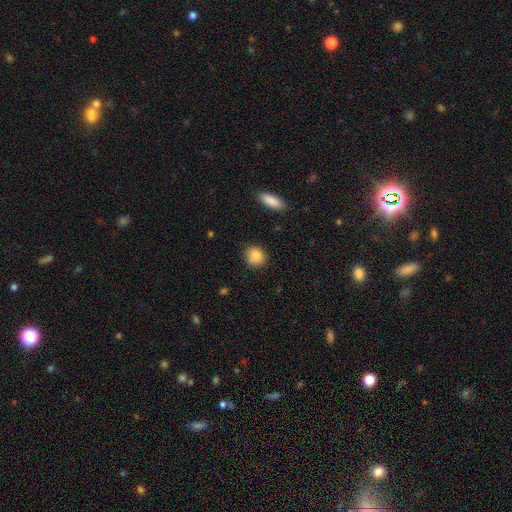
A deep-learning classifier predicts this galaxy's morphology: smooth 86%, star or artifact 8%, featured or disk 6%. Down the decision tree: how rounded — round (82%); merging — none (83%).